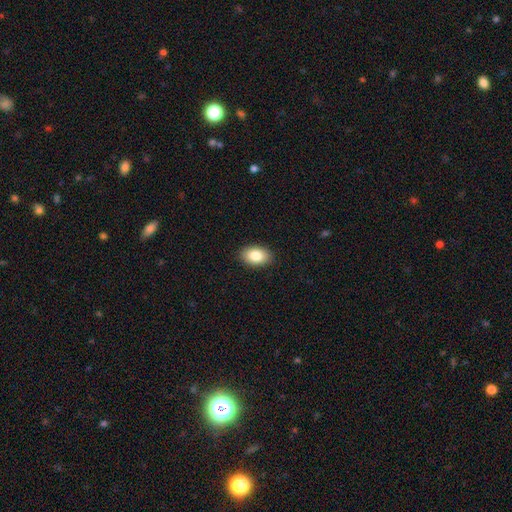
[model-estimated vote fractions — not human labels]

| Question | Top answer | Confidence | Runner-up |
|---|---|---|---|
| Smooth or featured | smooth | 84% | featured or disk (8%) |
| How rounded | in between | 90% | round (9%) |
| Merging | none | 90% | minor disturbance (8%) |